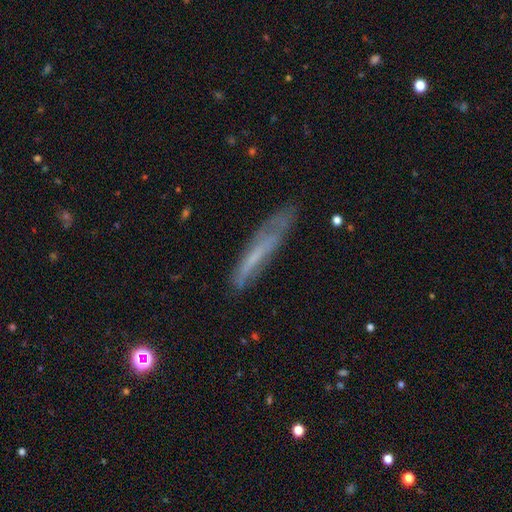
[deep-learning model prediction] smooth_or_featured: featured or disk (p=0.47) [alt: smooth p=0.44]
merging: none (p=0.66) [alt: minor disturbance p=0.24]